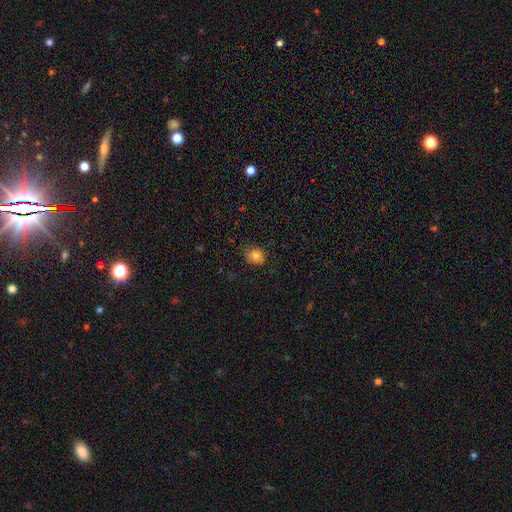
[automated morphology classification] Smooth or featured? Predicted: smooth (p=0.79). How rounded? Predicted: round (p=0.59). Merging? Predicted: none (p=0.80).